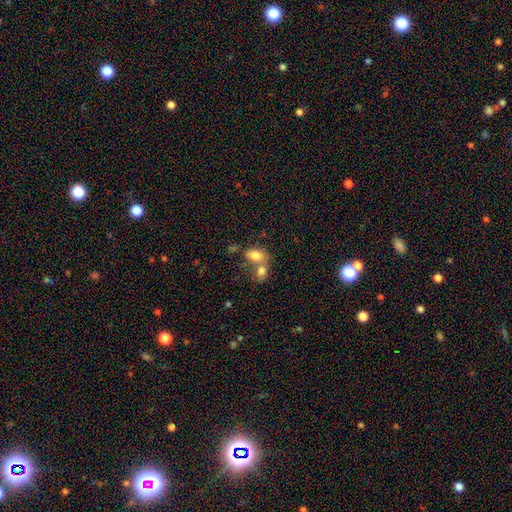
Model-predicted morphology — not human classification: smooth 79%, featured or disk 13%, star or artifact 8%. Down the decision tree: how rounded — in between (86%); merging — merger (55%).